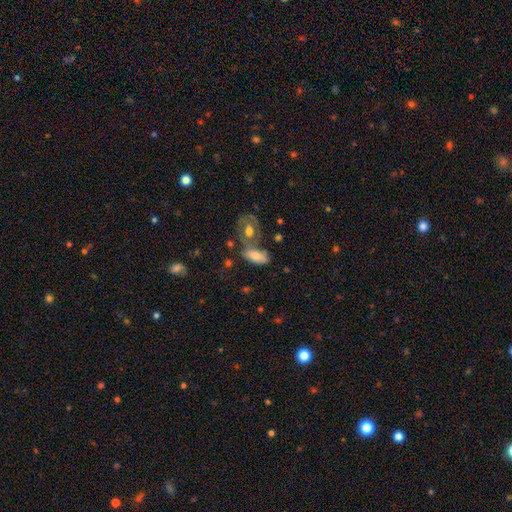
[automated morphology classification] This appears to be a smooth galaxy with no disk features (72%) that is in between round and cigar-shaped (85%). Merging: none (41%).